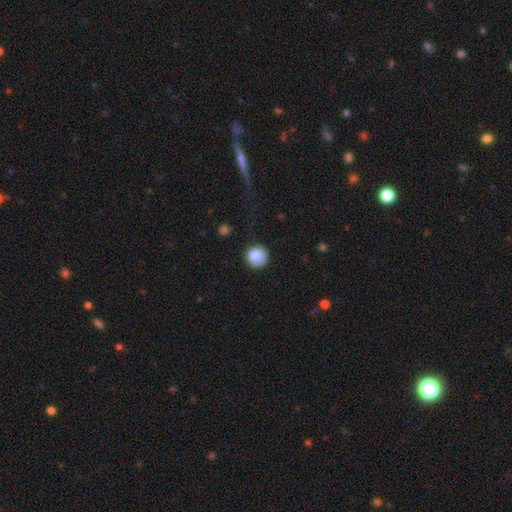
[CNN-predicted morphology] Smooth or featured? smooth (85%)
How rounded? round (92%)
Merging? none (78%)